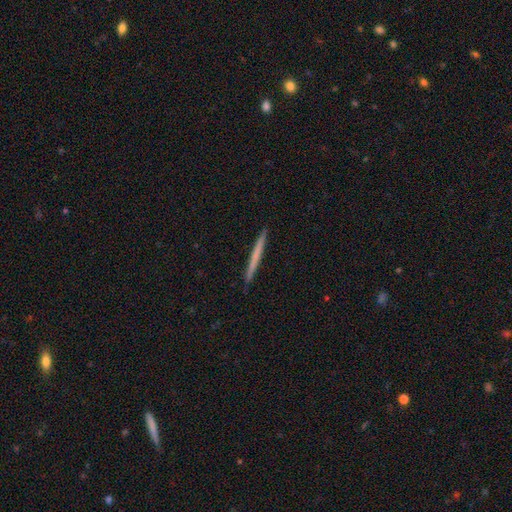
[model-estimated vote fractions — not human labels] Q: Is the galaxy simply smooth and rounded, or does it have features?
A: smooth — 56%.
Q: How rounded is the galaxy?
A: cigar-shaped — 97%.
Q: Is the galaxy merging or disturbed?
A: none — 93%.